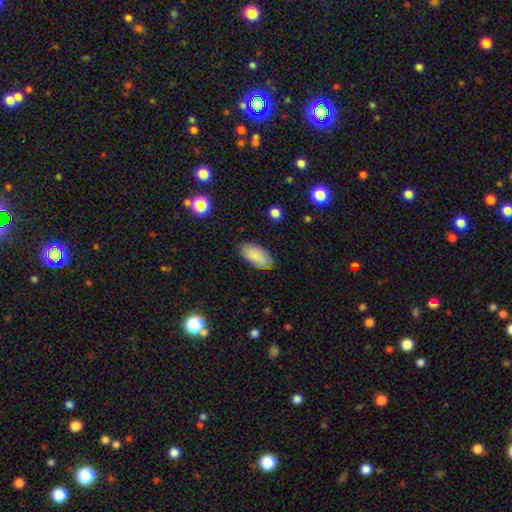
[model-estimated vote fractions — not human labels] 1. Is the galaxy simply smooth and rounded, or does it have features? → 86% smooth, 8% featured or disk, 7% star or artifact.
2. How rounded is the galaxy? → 94% in between, 4% cigar-shaped, 3% round.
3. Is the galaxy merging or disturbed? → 84% none, 12% minor disturbance, 3% major disturbance, 1% merger.